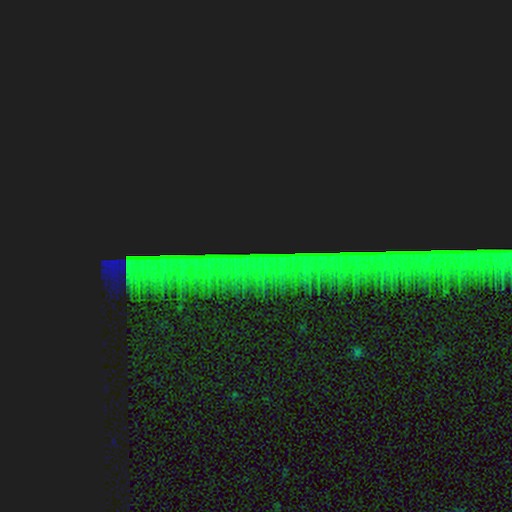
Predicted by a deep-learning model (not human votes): Smooth or featured: star or artifact — 81% (featured or disk — 10%)